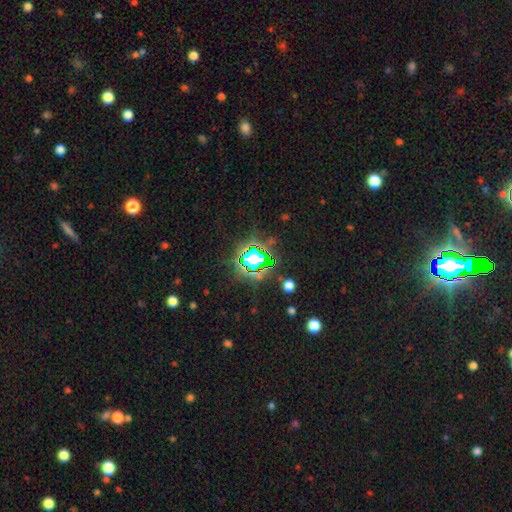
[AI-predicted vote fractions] Smooth or featured?
  - star or artifact: 72% *
  - smooth: 18%
  - featured or disk: 11%